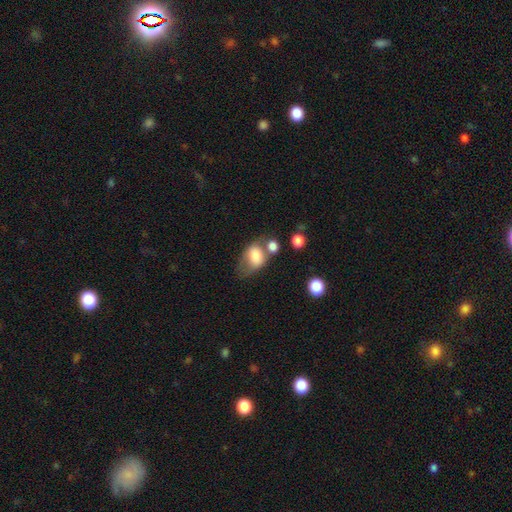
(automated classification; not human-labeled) Overall: smooth (74%). How rounded: in between (77%). Merging: none (29%; merger 27%).